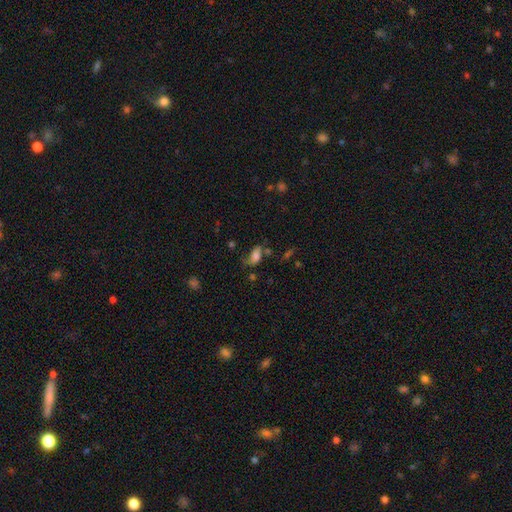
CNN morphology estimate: The model was most divided on "merging": none: 38%, minor disturbance: 27%, major disturbance: 26%, merger: 9%. More confident: how rounded — in between (87%); smooth or featured — smooth (59%).